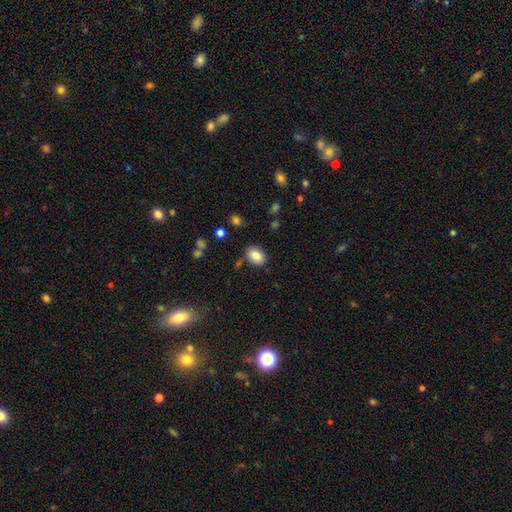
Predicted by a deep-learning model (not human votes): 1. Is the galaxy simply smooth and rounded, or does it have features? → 84% smooth, 8% star or artifact, 8% featured or disk.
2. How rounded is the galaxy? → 79% in between, 20% round, 1% cigar-shaped.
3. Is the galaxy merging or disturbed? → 83% none, 11% minor disturbance, 3% merger, 3% major disturbance.